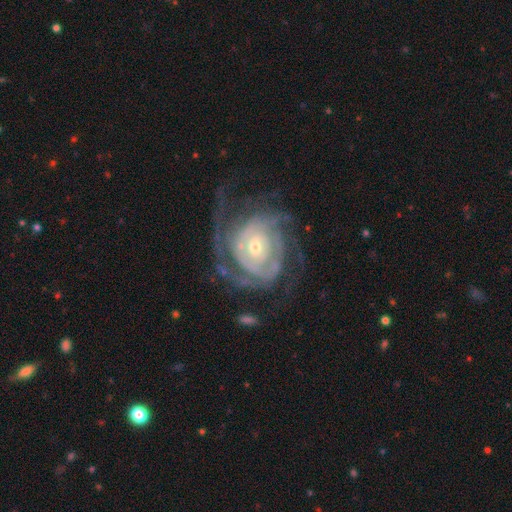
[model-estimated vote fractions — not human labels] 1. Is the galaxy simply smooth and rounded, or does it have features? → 85% featured or disk, 9% star or artifact, 6% smooth.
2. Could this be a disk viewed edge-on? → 97% no, 3% yes.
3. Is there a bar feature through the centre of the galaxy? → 58% no, 29% weak, 14% strong.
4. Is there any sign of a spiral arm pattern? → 97% yes, 3% no.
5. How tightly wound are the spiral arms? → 74% tight, 22% medium, 4% loose.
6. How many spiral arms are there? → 25% can't tell, 23% 3, 20% 2, 15% 4, 9% more than 4, 8% 1.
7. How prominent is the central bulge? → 55% small, 40% moderate, 3% large, 1% none, 1% dominant.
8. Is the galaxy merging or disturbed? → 70% none, 16% minor disturbance, 11% major disturbance, 2% merger.